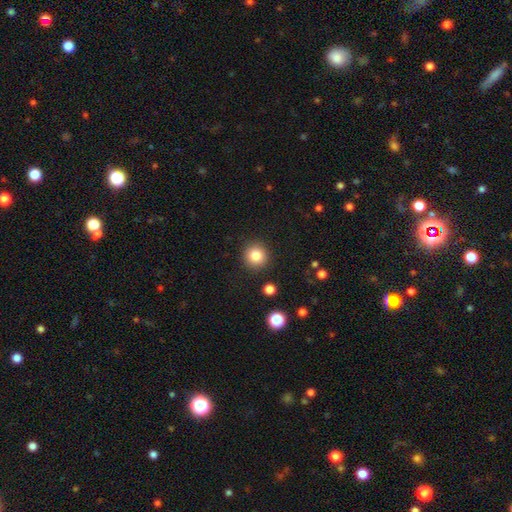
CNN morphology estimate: This appears to be a smooth galaxy with no disk features (84%) that is round (94%). Merging: none (90%).